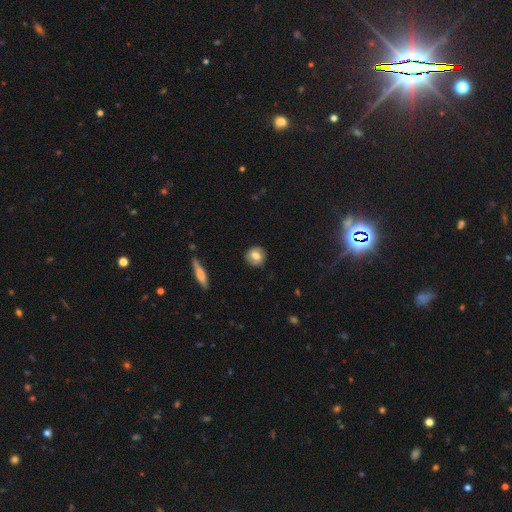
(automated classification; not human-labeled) Smooth or featured? smooth (68%)
How rounded? round (81%)
Merging? none (85%)